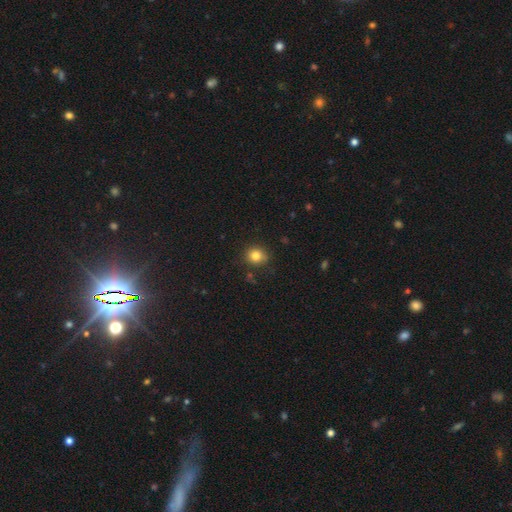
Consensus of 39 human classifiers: Q: Smooth or featured?
A: smooth (87%); runner-up: star or artifact (10%)
Q: How rounded?
A: round (94%); runner-up: in between (6%)
Q: Merging?
A: none (77%); runner-up: minor disturbance (20%)